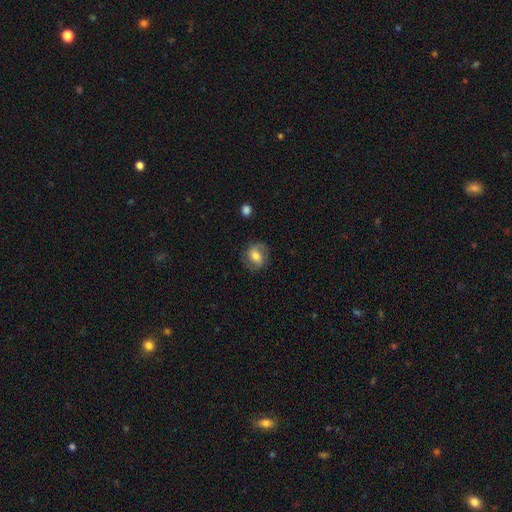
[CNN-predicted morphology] Smooth or featured? smooth (50%)
How rounded? round (53%)
Merging? none (75%)